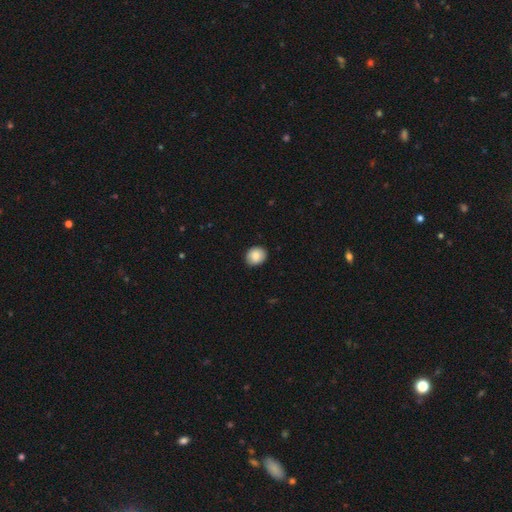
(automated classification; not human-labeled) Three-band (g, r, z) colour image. It shows a smooth galaxy with no disk features (86%) that is round (65%). Merging: none (88%).